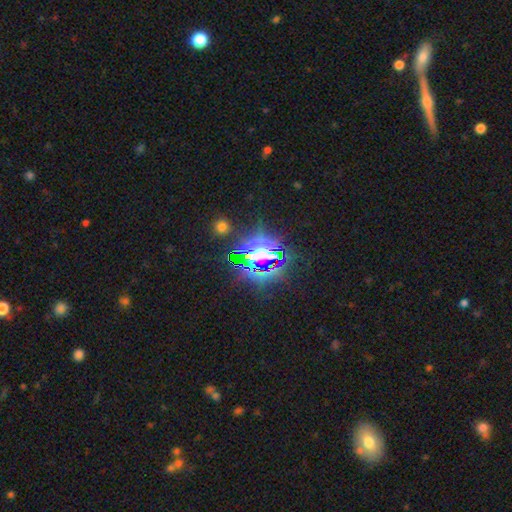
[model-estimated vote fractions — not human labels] This is likely a star or artifact rather than a galaxy (76%).